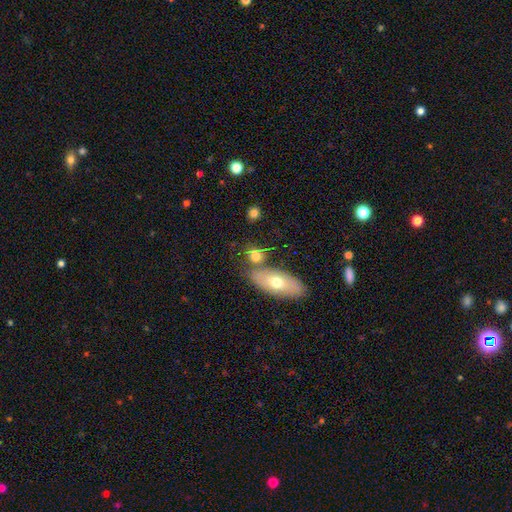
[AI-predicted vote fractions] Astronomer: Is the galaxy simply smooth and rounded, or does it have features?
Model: smooth — 71%.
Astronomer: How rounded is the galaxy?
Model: in between — 59%.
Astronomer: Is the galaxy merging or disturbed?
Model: none — 55%.